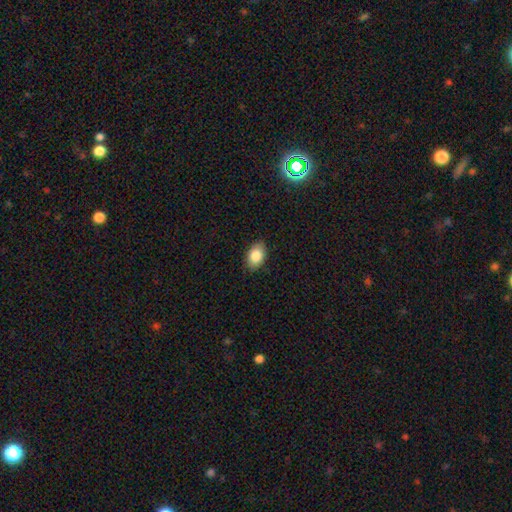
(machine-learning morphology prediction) A smooth galaxy with no disk features (84%) that is in between round and cigar-shaped (87%). Merging: none (86%).